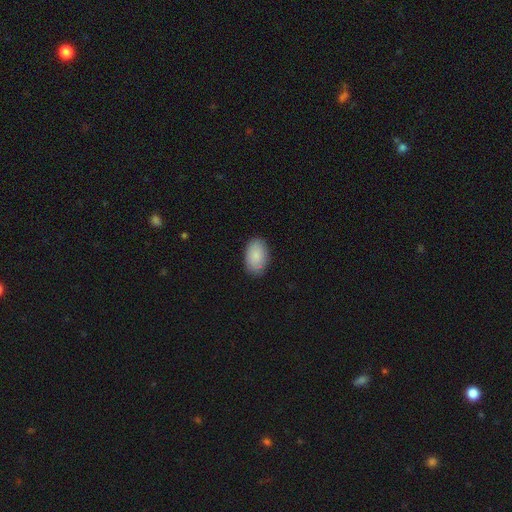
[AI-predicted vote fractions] smooth-or-featured: smooth: 89% | star or artifact: 6% | featured or disk: 5%
  how-rounded: in between: 92% | round: 7% | cigar-shaped: 1%
  merging: none: 85% | minor disturbance: 11% | major disturbance: 2% | merger: 1%